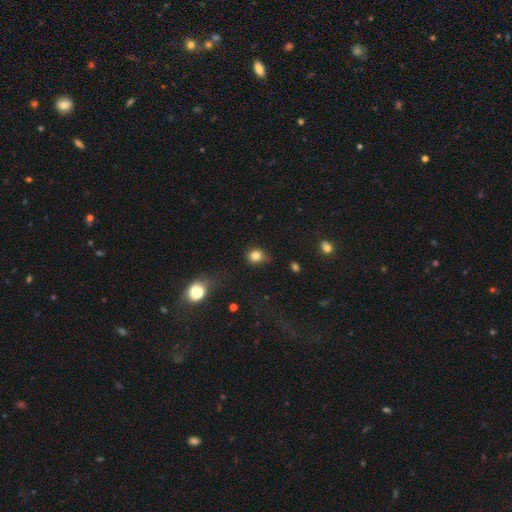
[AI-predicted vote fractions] The model was most divided on "merging": none: 69%, minor disturbance: 23%, major disturbance: 6%, merger: 3%. More confident: smooth or featured — smooth (81%); how rounded — round (77%).